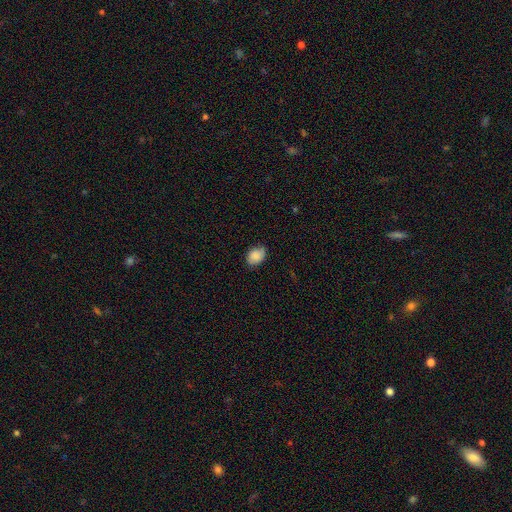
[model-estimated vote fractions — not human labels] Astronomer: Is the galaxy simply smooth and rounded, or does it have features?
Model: smooth — 83%.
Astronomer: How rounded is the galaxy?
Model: in between — 69%.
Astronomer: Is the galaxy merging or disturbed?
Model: none — 72%.